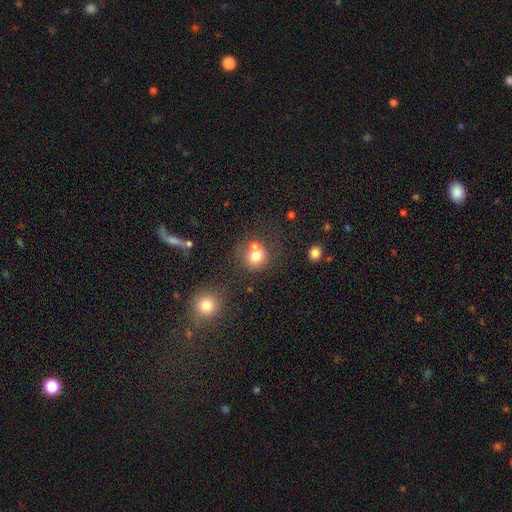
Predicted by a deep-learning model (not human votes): smooth 75%, star or artifact 13%, featured or disk 12%. Down the decision tree: how rounded — round (85%); merging — none (52%).